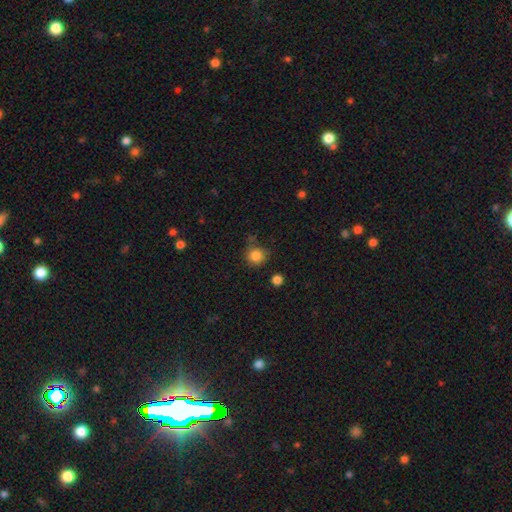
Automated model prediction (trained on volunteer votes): Smooth or featured? smooth (84%)
How rounded? round (90%)
Merging? none (72%)